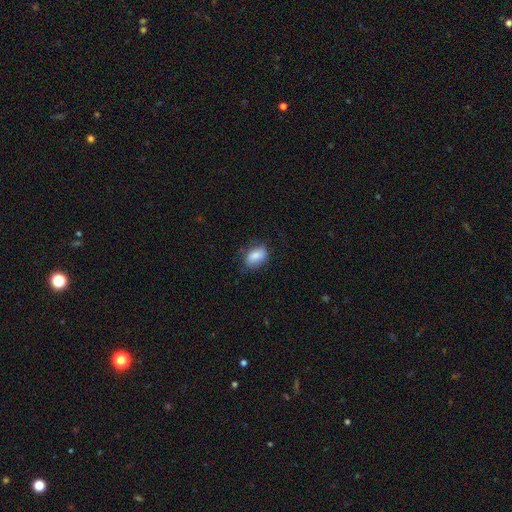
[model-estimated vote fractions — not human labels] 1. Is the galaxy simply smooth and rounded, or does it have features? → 81% smooth, 12% featured or disk, 7% star or artifact.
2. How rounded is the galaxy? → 86% in between, 12% round, 2% cigar-shaped.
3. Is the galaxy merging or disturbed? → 69% none, 23% minor disturbance, 7% major disturbance, 1% merger.